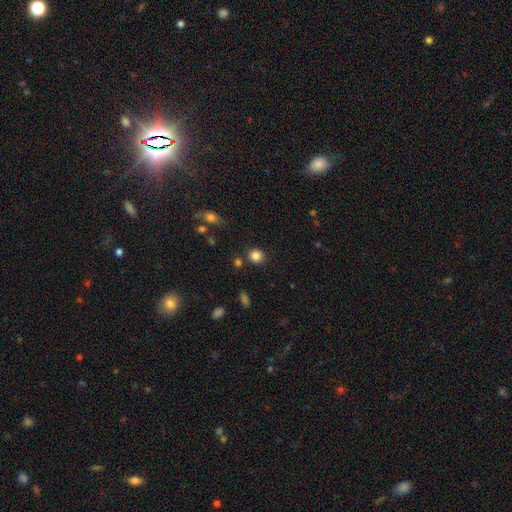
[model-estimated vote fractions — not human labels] This appears to be a smooth galaxy with no disk features (84%) that is round (82%). Merging: none (83%).